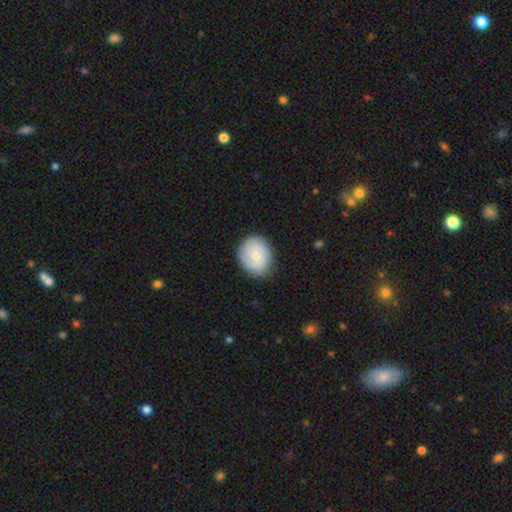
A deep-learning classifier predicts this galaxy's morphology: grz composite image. It shows a smooth galaxy with no disk features (54%) that is round (62%). Merging: none (82%).